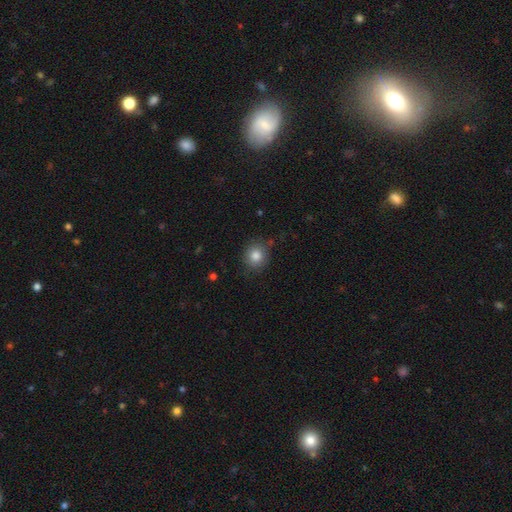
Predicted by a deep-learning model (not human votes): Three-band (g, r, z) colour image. It shows a smooth galaxy with no disk features (83%) that is round (83%). Merging: none (83%).